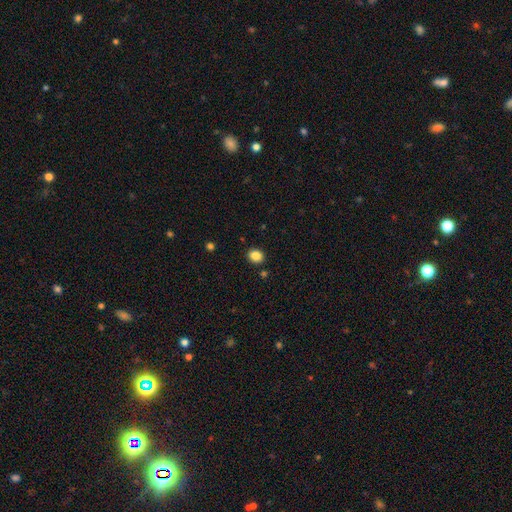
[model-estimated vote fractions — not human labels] Q: Smooth or featured?
A: smooth (86%); runner-up: star or artifact (10%)
Q: How rounded?
A: round (57%); runner-up: in between (43%)
Q: Merging?
A: none (88%); runner-up: minor disturbance (7%)